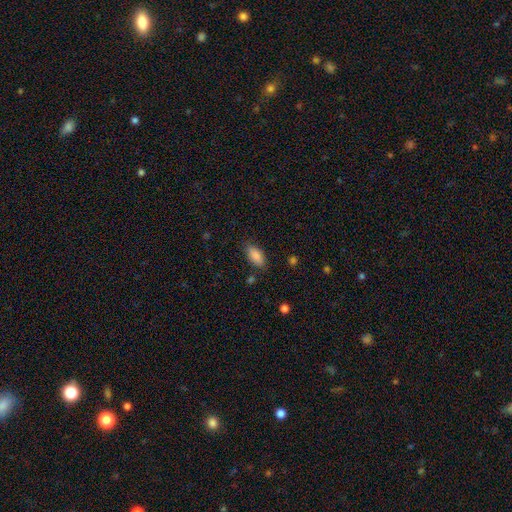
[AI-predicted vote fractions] This is clearly a smooth galaxy (87%). How rounded: clearly in between (89%). Merging: clearly none (82%).